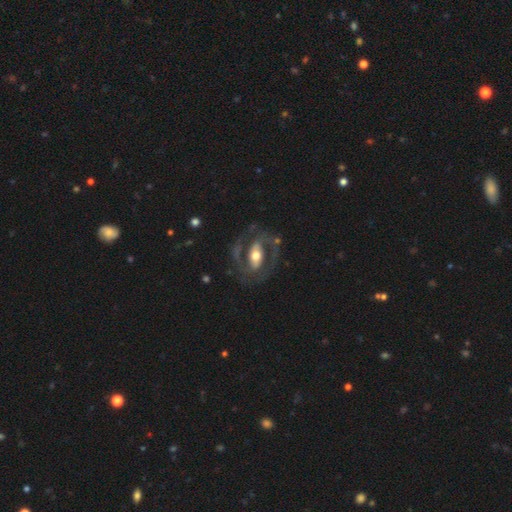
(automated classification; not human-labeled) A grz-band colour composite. It shows a featured or disk galaxy (83%) with a strong bar (50%), 2 (88%) medium (52%) spiral arms (82%) and a moderate central bulge (66%). Merging: none (72%).